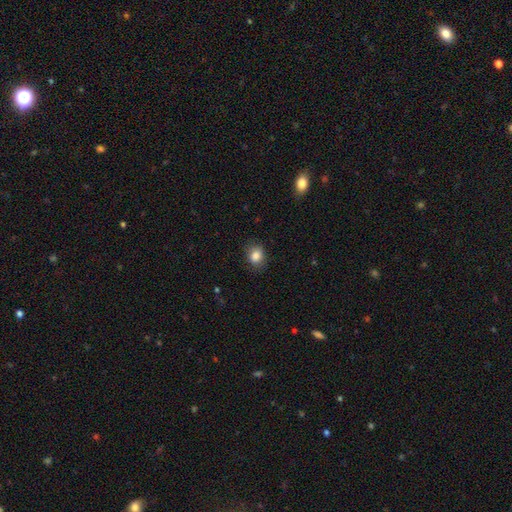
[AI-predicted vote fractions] Smooth or featured? smooth (85%)
How rounded? in between (51%)
Merging? none (80%)